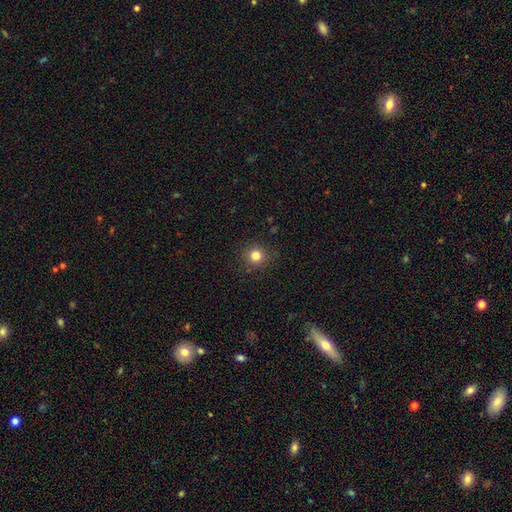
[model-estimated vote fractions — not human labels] Smooth or featured? smooth (82%)
How rounded? round (93%)
Merging? none (89%)